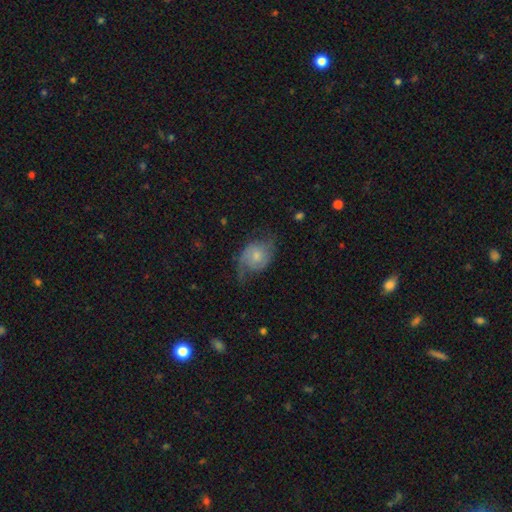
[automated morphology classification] A featured or disk galaxy (64%) with no bar (72%), 2 (84%) loose (50%) spiral arms (90%) and a small central bulge (47%). Merging: none (56%).